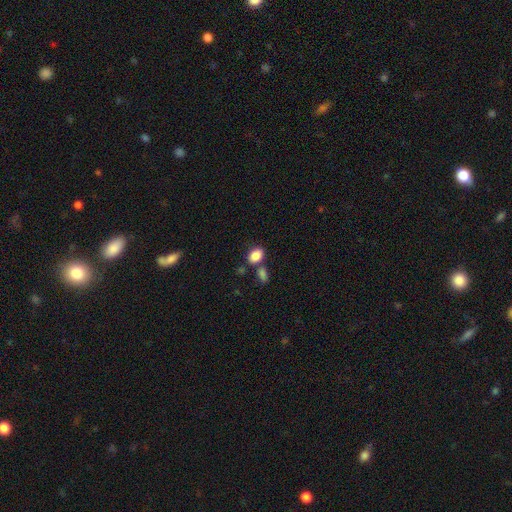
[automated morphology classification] Smooth or featured? smooth (86%)
How rounded? in between (80%)
Merging? none (57%)